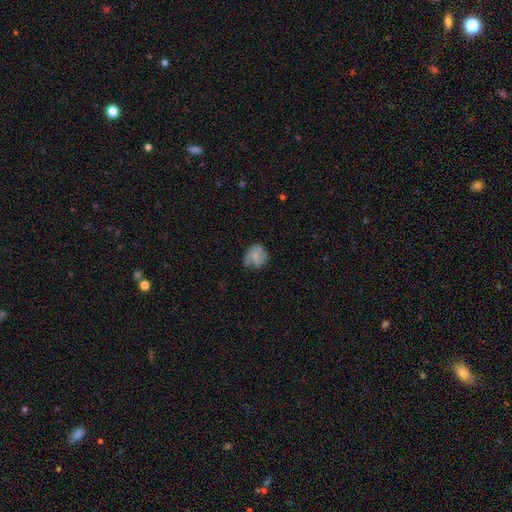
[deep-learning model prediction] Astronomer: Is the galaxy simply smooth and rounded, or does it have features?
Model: smooth — 61%.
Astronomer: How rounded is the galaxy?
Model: round — 74%.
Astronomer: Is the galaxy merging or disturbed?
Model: none — 56%.